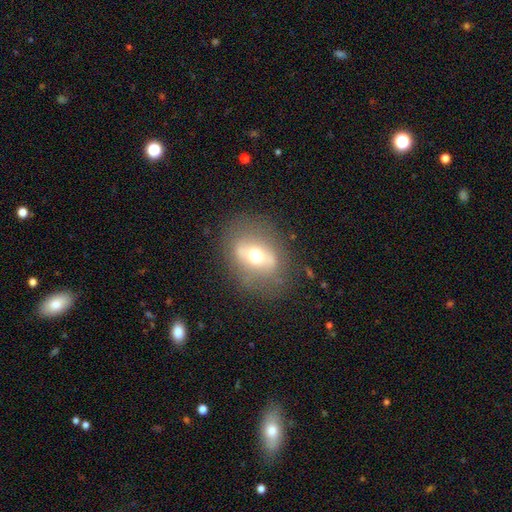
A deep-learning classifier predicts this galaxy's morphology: A featured or disk galaxy (48%). Merging: none (74%).